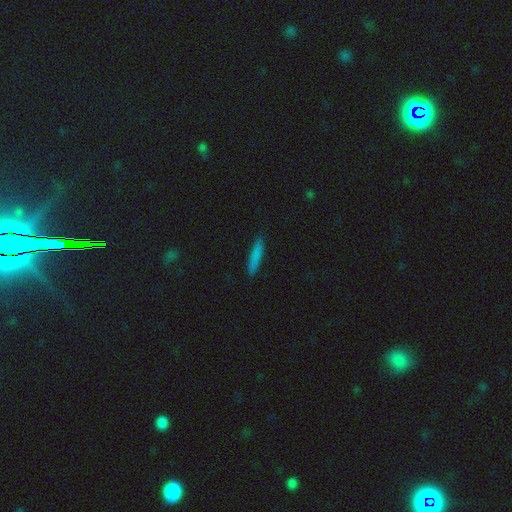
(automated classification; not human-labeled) smooth_or_featured: smooth (p=0.81) [alt: featured or disk p=0.12]
how_rounded: cigar-shaped (p=0.90) [alt: in between p=0.09]
merging: none (p=0.87) [alt: minor disturbance p=0.10]